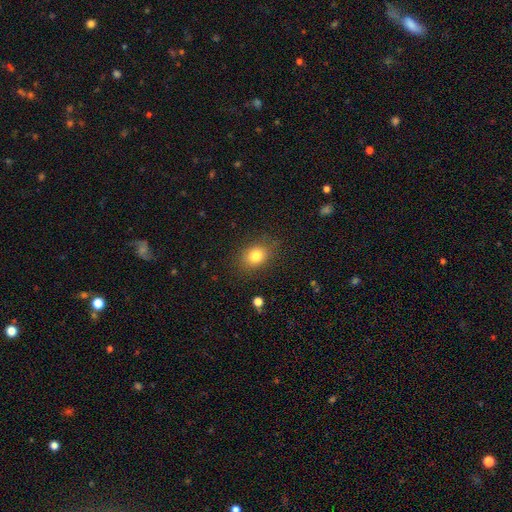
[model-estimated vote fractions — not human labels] This is clearly a smooth galaxy (80%). How rounded: possibly in between (55%). Merging: clearly none (83%).